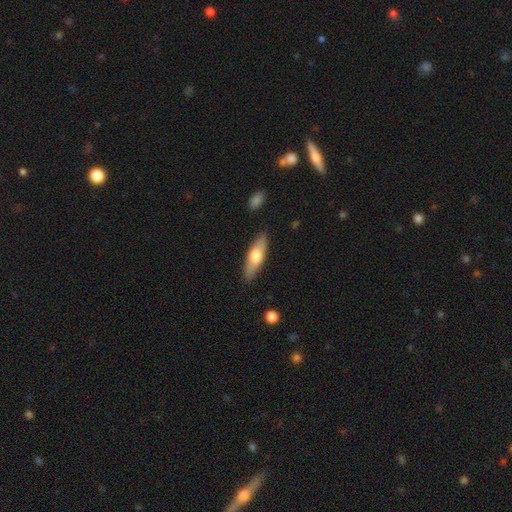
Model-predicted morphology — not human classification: This is likely a smooth galaxy (61%). How rounded: possibly in between (49%). Merging: clearly none (86%).